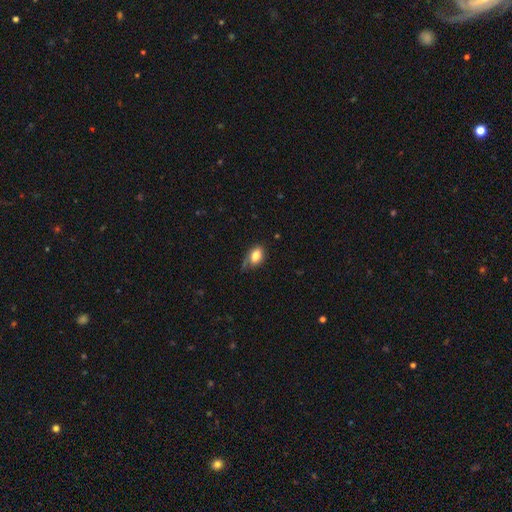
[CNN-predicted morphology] type=smooth (81%); roundness=in between (86%); merging=none (55%).